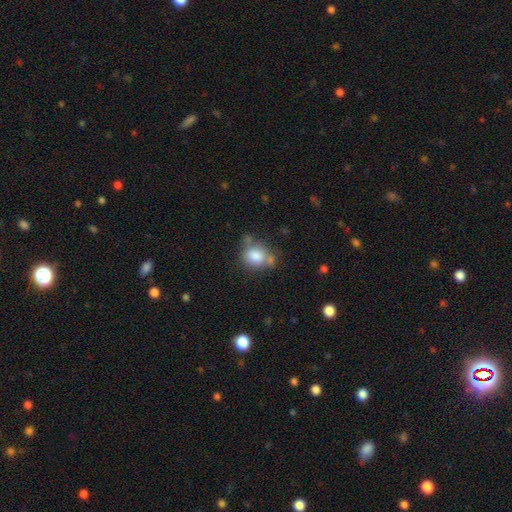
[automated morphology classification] smooth-or-featured: smooth: 80% | featured or disk: 10% | star or artifact: 10%
  how-rounded: round: 65% | in between: 34% | cigar-shaped: 1%
  merging: none: 53% | minor disturbance: 21% | merger: 19% | major disturbance: 7%